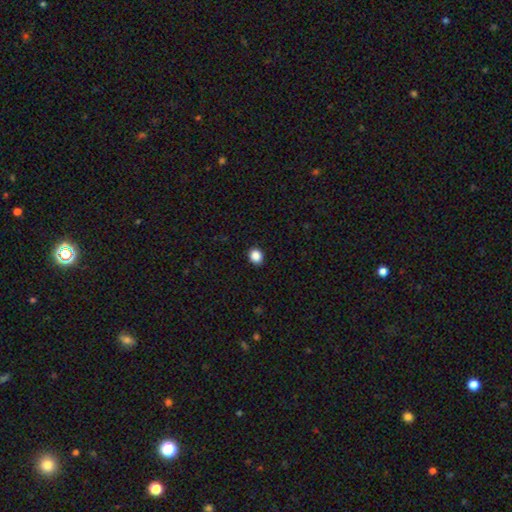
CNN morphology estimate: smooth 88%, star or artifact 10%, featured or disk 3%. Down the decision tree: how rounded — round (70%); merging — none (92%).